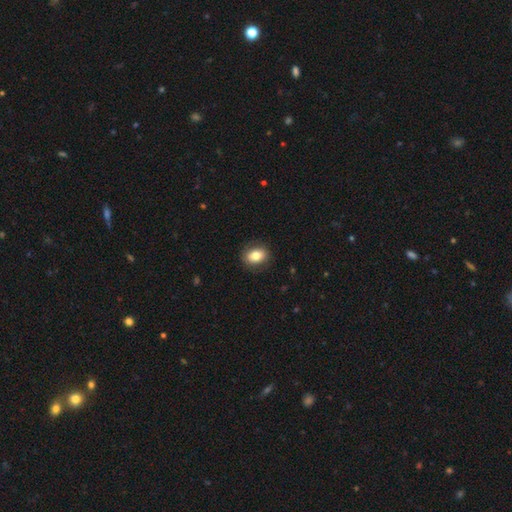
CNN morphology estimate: Q: Smooth or featured?
A: smooth (82%); runner-up: featured or disk (10%)
Q: How rounded?
A: in between (64%); runner-up: round (35%)
Q: Merging?
A: none (88%); runner-up: minor disturbance (9%)